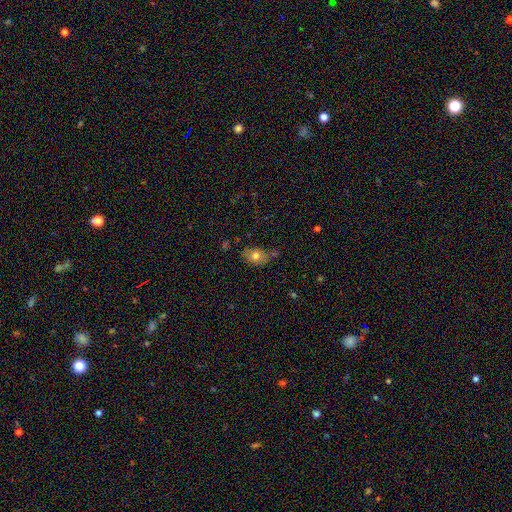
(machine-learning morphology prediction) Smooth or featured? Predicted: smooth (p=0.75). How rounded? Predicted: in between (p=0.70). Merging? Predicted: none (p=0.54).